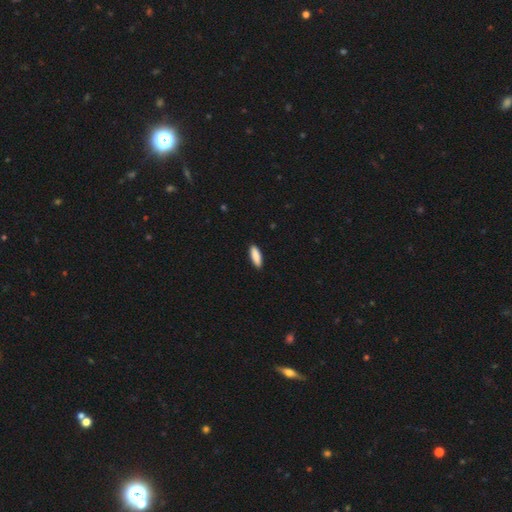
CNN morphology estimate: Smooth or featured?
  - smooth: 89% *
  - star or artifact: 6%
  - featured or disk: 6%
How rounded?
  - in between: 54% *
  - cigar-shaped: 45%
  - round: 2%
Merging?
  - none: 90% *
  - minor disturbance: 8%
  - major disturbance: 1%
  - merger: 1%